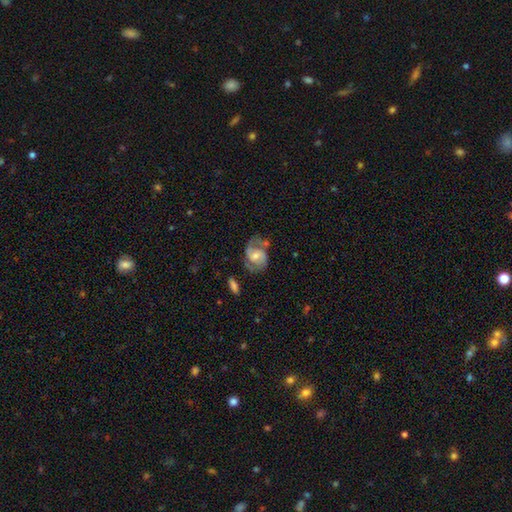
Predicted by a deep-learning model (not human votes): smooth_or_featured: featured or disk (p=0.76) [alt: smooth p=0.18]
disk_edge_on: no (p=0.97) [alt: yes p=0.03]
bar: no (p=0.46) [alt: weak p=0.41]
has_spiral_arms: yes (p=0.90) [alt: no p=0.10]
spiral_winding: medium (p=0.50) [alt: tight p=0.30]
spiral_arm_count: 2 (p=0.82) [alt: can't tell p=0.09]
bulge_size: moderate (p=0.56) [alt: small p=0.34]
merging: none (p=0.53) [alt: minor disturbance p=0.23]